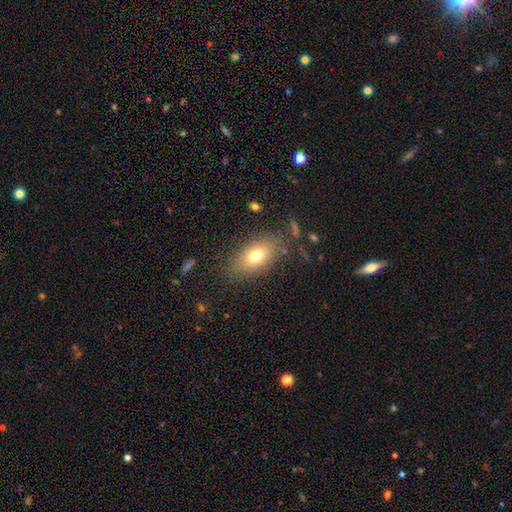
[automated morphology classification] smooth 73%, featured or disk 17%, star or artifact 10%. Down the decision tree: how rounded — in between (86%); merging — none (80%).